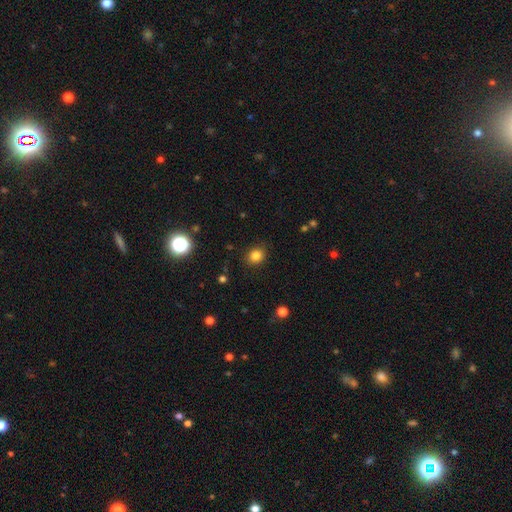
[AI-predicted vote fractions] A smooth galaxy with no disk features (83%) that is round (69%).

Vote fractions:
- Smooth or featured? smooth: 83% / star or artifact: 12% / featured or disk: 5%
- How rounded? round: 69% / in between: 31% / cigar-shaped: 1%
- Merging? none: 87% / minor disturbance: 9% / major disturbance: 3% / merger: 1%